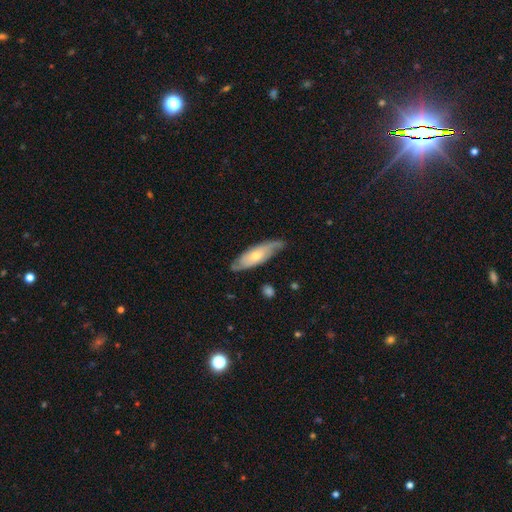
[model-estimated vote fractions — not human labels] This is possibly a featured or disk galaxy (59%). It is likely not viewed edge-on (70%). Merging: likely none (71%).